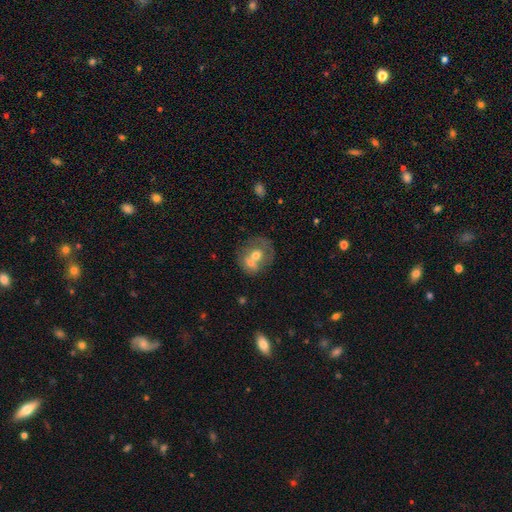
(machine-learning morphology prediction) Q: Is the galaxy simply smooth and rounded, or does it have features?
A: smooth — 51%.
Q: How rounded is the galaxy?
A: round — 70%.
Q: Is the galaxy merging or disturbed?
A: merger — 58%.